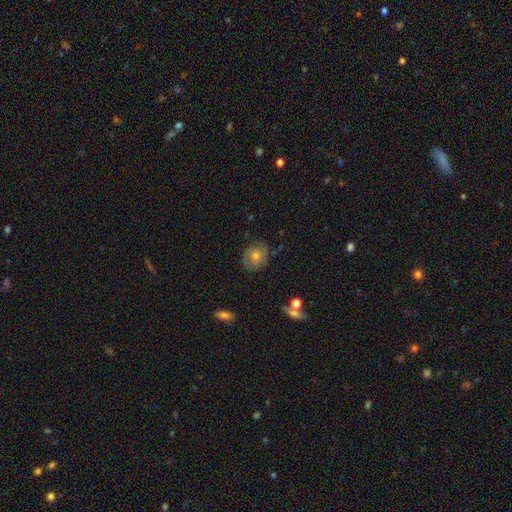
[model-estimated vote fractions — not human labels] Morphology: type=featured or disk (56%); edge-on=no (96%); bar=no (81%); spiral arms=yes (81%); bulge=moderate (58%); merging=none (77%).